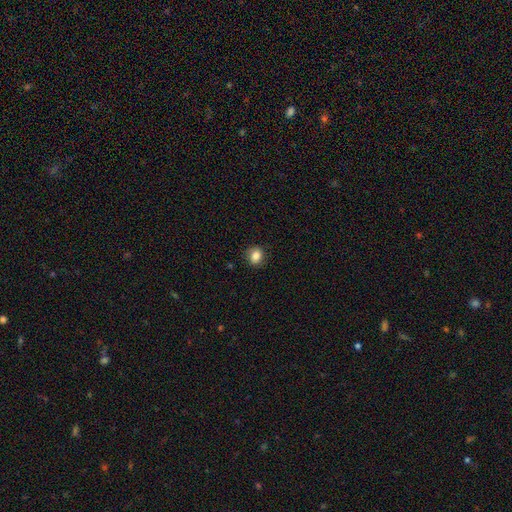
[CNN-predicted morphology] smooth_or_featured: smooth (p=0.84) [alt: star or artifact p=0.10]
how_rounded: round (p=0.70) [alt: in between p=0.29]
merging: none (p=0.86) [alt: minor disturbance p=0.10]